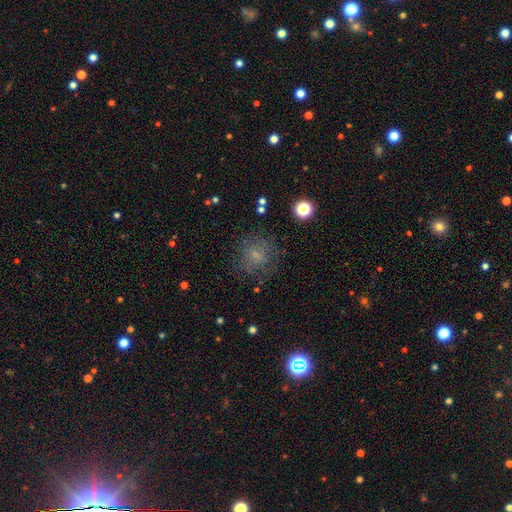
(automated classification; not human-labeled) Q: Smooth or featured?
A: smooth (62%); runner-up: featured or disk (22%)
Q: How rounded?
A: round (78%); runner-up: in between (21%)
Q: Merging?
A: none (70%); runner-up: minor disturbance (17%)